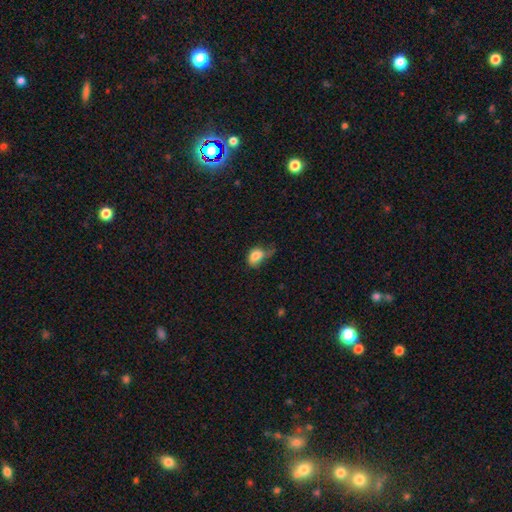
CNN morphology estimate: smooth 79%, featured or disk 12%, star or artifact 9%. Down the decision tree: how rounded — in between (76%); merging — minor disturbance (35%).